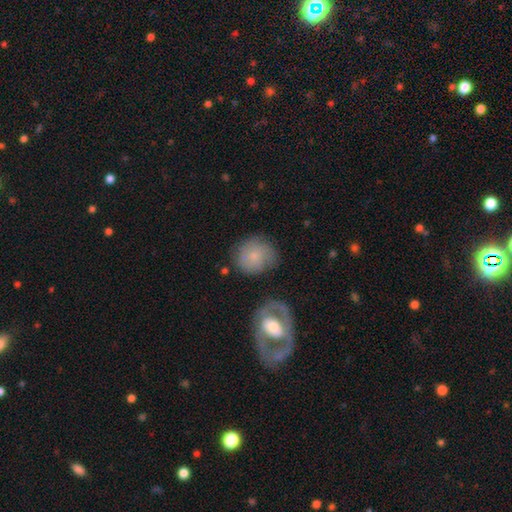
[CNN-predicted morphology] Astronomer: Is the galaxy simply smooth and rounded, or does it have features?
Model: smooth — 61%.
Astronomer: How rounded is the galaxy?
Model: round — 81%.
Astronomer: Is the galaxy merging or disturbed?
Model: none — 68%.